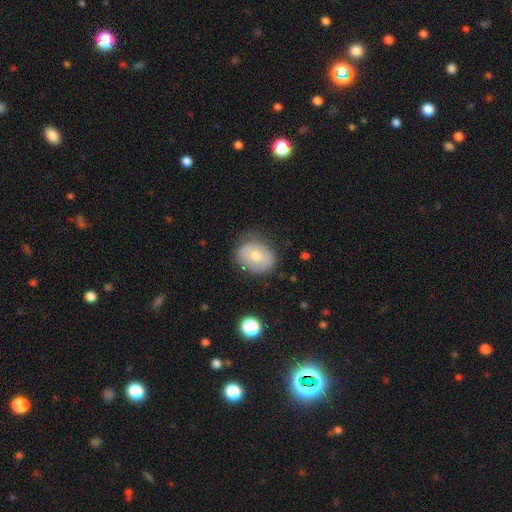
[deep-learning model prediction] smooth_or_featured: smooth (p=0.57) [alt: featured or disk p=0.34]
how_rounded: round (p=0.58) [alt: in between p=0.41]
merging: none (p=0.72) [alt: minor disturbance p=0.21]